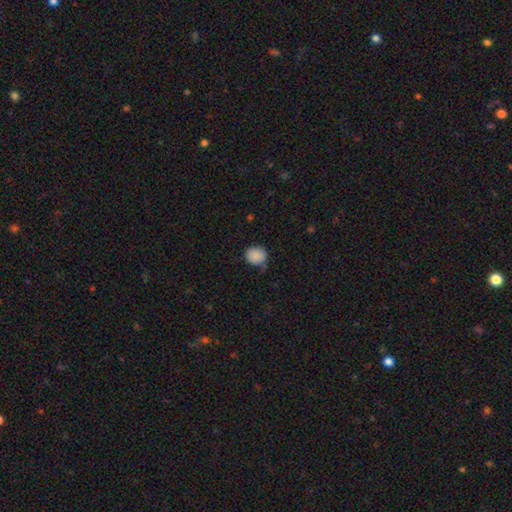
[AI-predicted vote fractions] Q: Smooth or featured?
A: smooth (87%); runner-up: star or artifact (9%)
Q: How rounded?
A: round (80%); runner-up: in between (20%)
Q: Merging?
A: none (61%); runner-up: minor disturbance (29%)